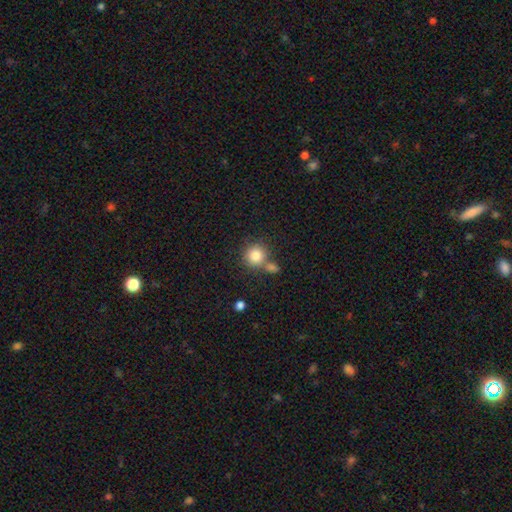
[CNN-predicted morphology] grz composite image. It shows a smooth galaxy with no disk features (82%) that is round (89%). Merging: none (59%).